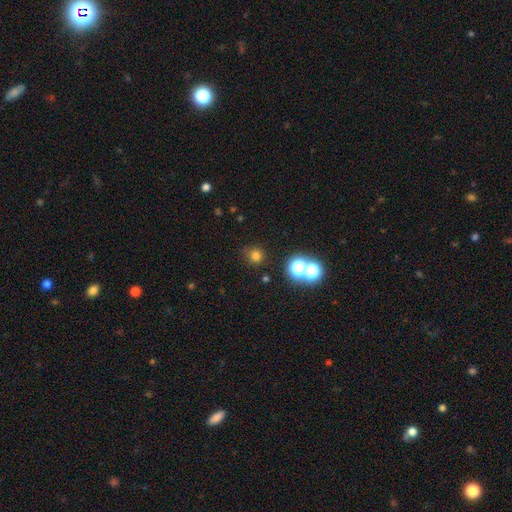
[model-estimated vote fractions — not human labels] smooth-or-featured: smooth: 72% | star or artifact: 22% | featured or disk: 6%
  how-rounded: round: 92% | in between: 7% | cigar-shaped: 1%
  merging: none: 81% | minor disturbance: 9% | merger: 6% | major disturbance: 4%